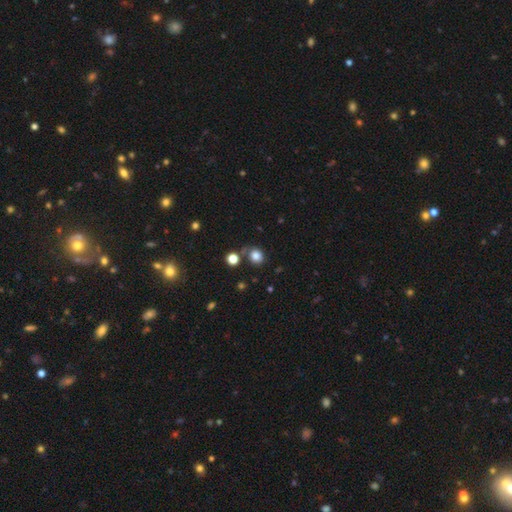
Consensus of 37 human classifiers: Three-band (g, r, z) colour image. It shows a smooth galaxy with no disk features (86%) that is round (78%). Merging: none (83%).